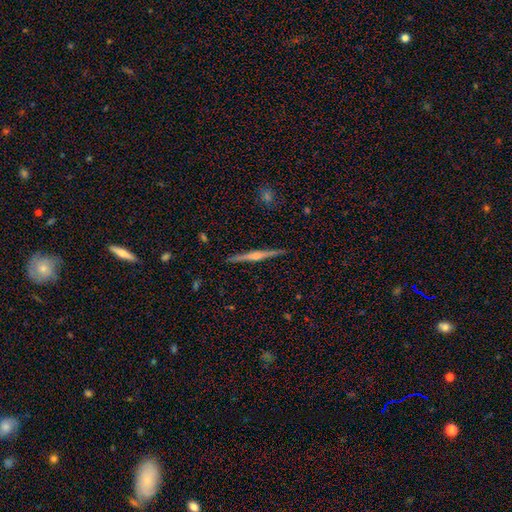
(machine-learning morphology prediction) Smooth or featured? featured or disk (80%)
Edge-on disk? yes (98%)
Edge-on bulge? rounded (86%)
Merging? none (91%)